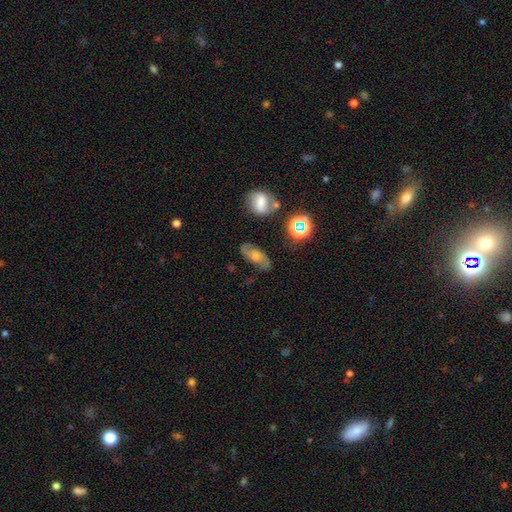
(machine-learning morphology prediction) The model was most divided on "bulge size": moderate: 51%, small: 29%, large: 11%, none: 7%, dominant: 2%. More confident: edge-on disk — no (91%); spiral arms — yes (84%); merging — none (70%); bar — no (62%); smooth or featured — featured or disk (58%).